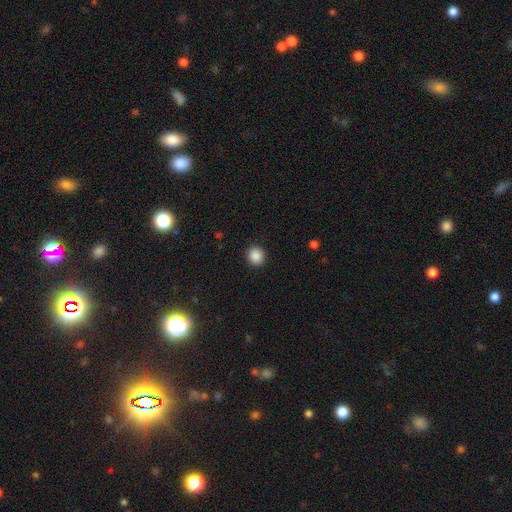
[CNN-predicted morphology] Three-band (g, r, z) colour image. It shows a smooth galaxy with no disk features (88%) that is round (88%). Merging: none (91%).